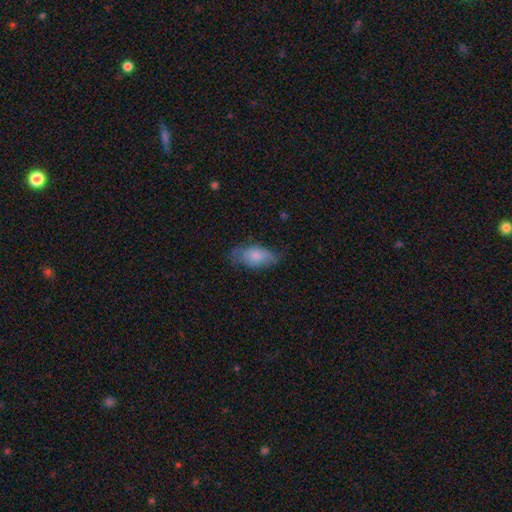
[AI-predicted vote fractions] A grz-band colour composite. It shows a smooth galaxy with no disk features (75%) that is in between round and cigar-shaped (89%). Merging: none (60%).